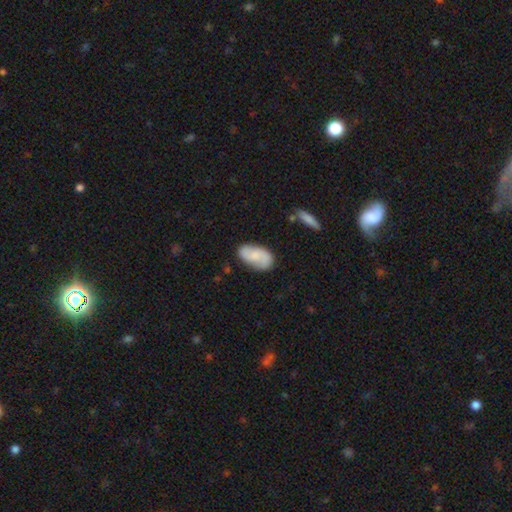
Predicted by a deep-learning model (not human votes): Overall: smooth (56%; featured or disk 37%). How rounded: in between (93%). Merging: none (70%).